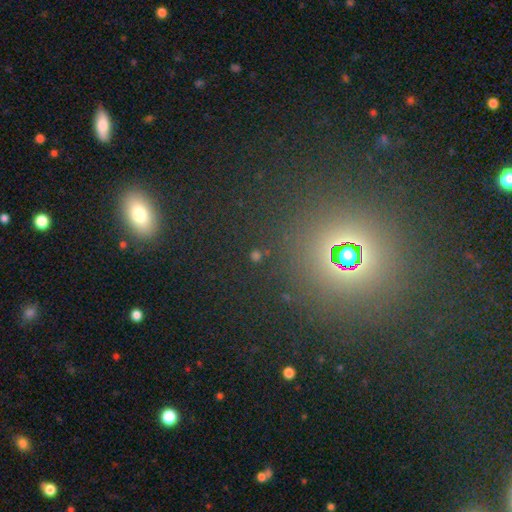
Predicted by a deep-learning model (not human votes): Morphology: type=star or artifact (58%).